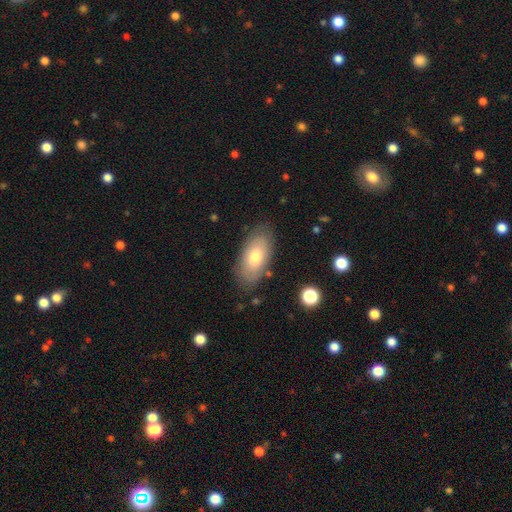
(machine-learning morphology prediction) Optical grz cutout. It shows a smooth galaxy with no disk features (66%) that is in between round and cigar-shaped (91%). Merging: none (84%).